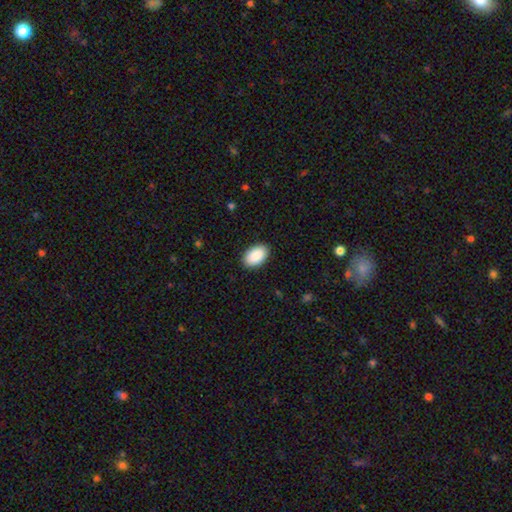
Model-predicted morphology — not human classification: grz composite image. It shows a smooth galaxy with no disk features (91%) that is in between round and cigar-shaped (94%). Merging: none (89%).